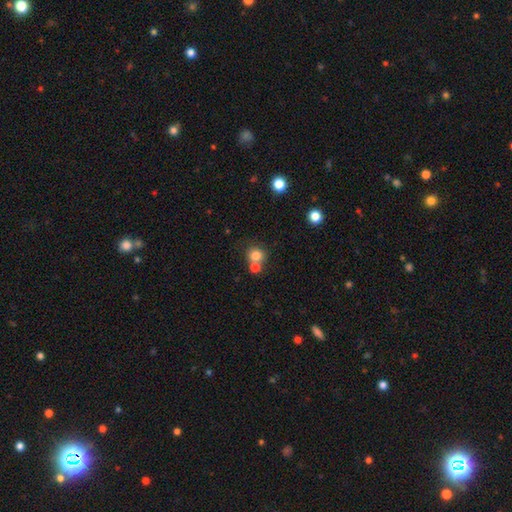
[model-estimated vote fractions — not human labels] Smooth or featured? Predicted: smooth (p=0.80). How rounded? Predicted: round (p=0.86). Merging? Predicted: none (p=0.53).